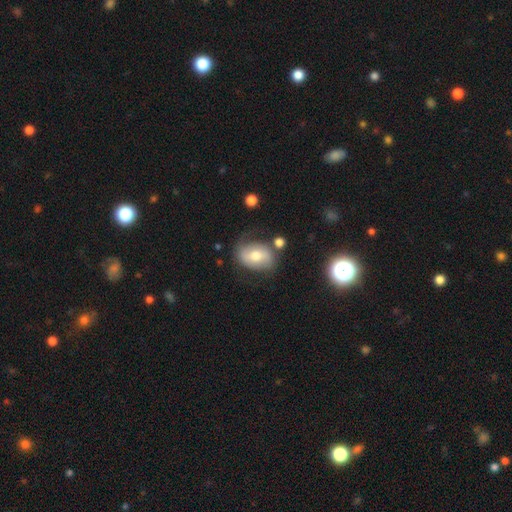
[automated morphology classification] smooth_or_featured: smooth (p=0.50) [alt: featured or disk p=0.42]
merging: none (p=0.63) [alt: minor disturbance p=0.22]